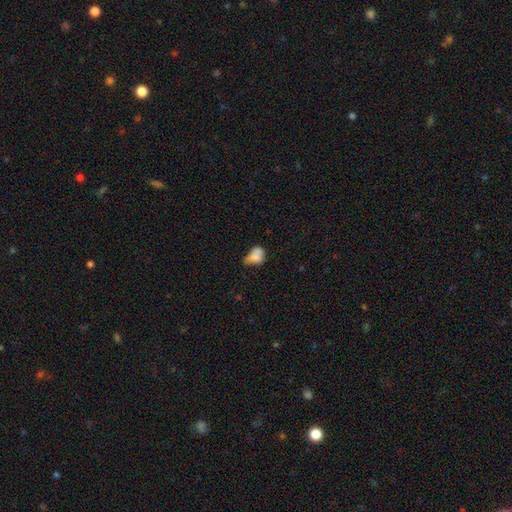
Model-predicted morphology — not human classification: Smooth or featured? Predicted: smooth (p=0.72). How rounded? Predicted: in between (p=0.69). Merging? Predicted: minor disturbance (p=0.40).